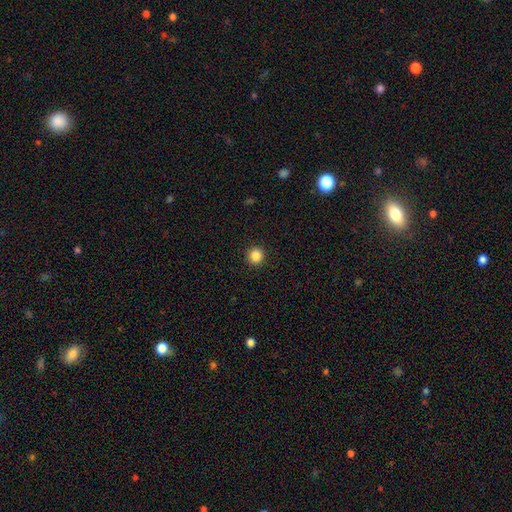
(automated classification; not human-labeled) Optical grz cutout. It shows a smooth galaxy with no disk features (86%) that is round (94%). Merging: none (93%).